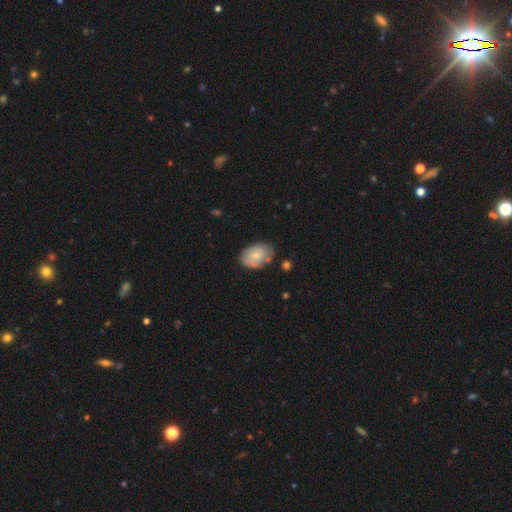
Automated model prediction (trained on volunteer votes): Smooth or featured: smooth — 66% (featured or disk — 27%)
How rounded: in between — 86% (round — 13%)
Merging: none — 68% (minor disturbance — 24%)